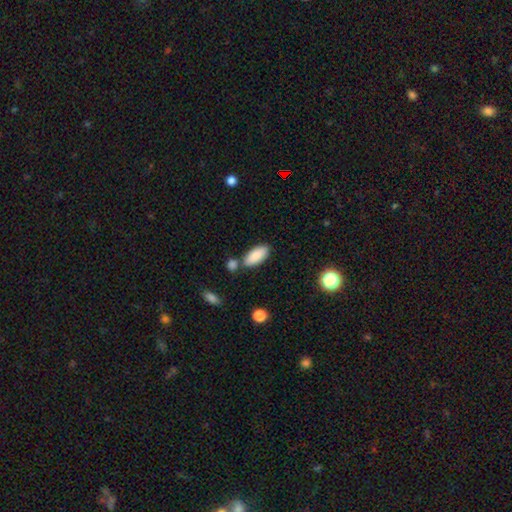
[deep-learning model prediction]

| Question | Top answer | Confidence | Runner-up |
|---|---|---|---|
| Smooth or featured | smooth | 88% | star or artifact (6%) |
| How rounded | in between | 85% | cigar-shaped (13%) |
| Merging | none | 73% | merger (12%) |